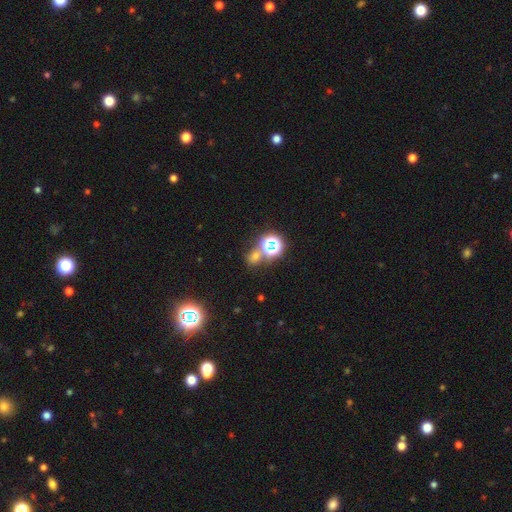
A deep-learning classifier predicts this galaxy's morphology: This is possibly a smooth galaxy (48%). Merging: possibly none (58%).